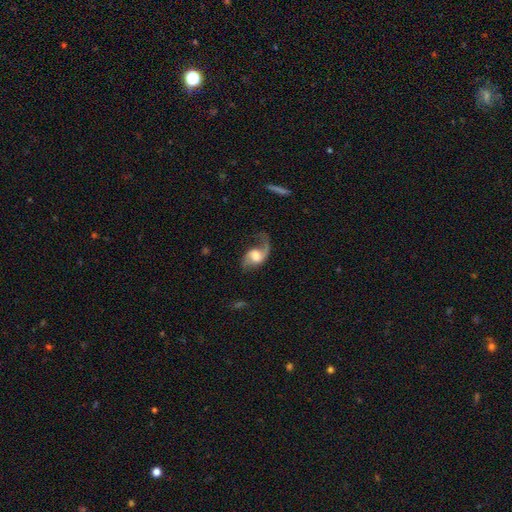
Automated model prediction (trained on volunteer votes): This is clearly a featured or disk galaxy (80%). It is clearly not viewed edge-on (97%). Bar: possibly no (46%). Spiral arm pattern: clearly yes (94%). Spiral arm count: likely 2 (70%). Spiral winding: likely loose (66%). Central bulge: marginally moderate (42%). Merging: possibly none (50%).